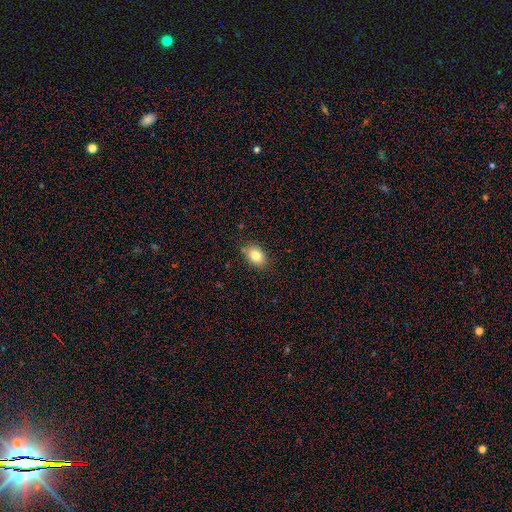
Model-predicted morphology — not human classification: Smooth or featured?
  - smooth: 81% *
  - star or artifact: 10%
  - featured or disk: 9%
How rounded?
  - in between: 74% *
  - round: 25%
  - cigar-shaped: 1%
Merging?
  - none: 81% *
  - minor disturbance: 14%
  - major disturbance: 3%
  - merger: 2%